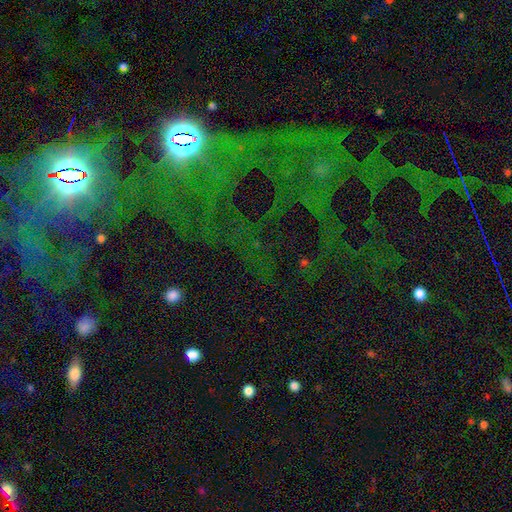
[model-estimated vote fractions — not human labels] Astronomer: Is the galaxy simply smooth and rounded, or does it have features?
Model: star or artifact — 72%.